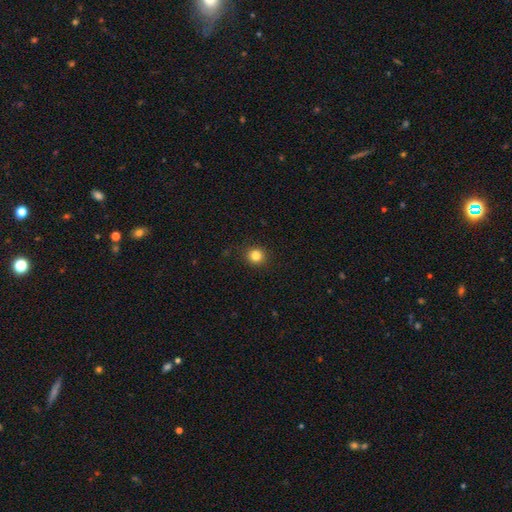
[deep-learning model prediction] smooth-or-featured: smooth: 83% | star or artifact: 12% | featured or disk: 5%
  how-rounded: round: 92% | in between: 7% | cigar-shaped: 1%
  merging: none: 91% | minor disturbance: 6% | major disturbance: 2% | merger: 1%